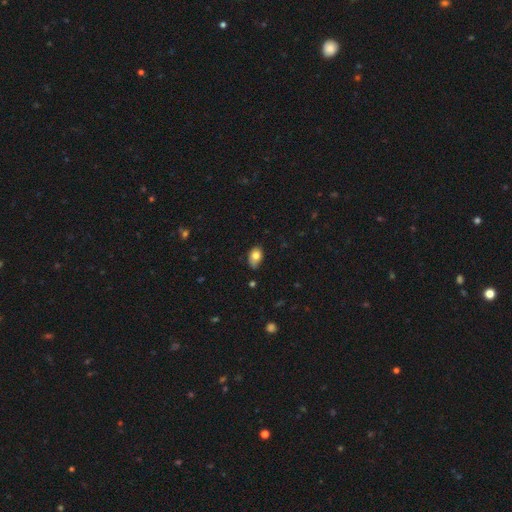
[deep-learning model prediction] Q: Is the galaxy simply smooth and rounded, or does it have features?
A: smooth — 79%.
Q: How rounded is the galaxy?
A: in between — 87%.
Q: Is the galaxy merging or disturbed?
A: none — 64%.